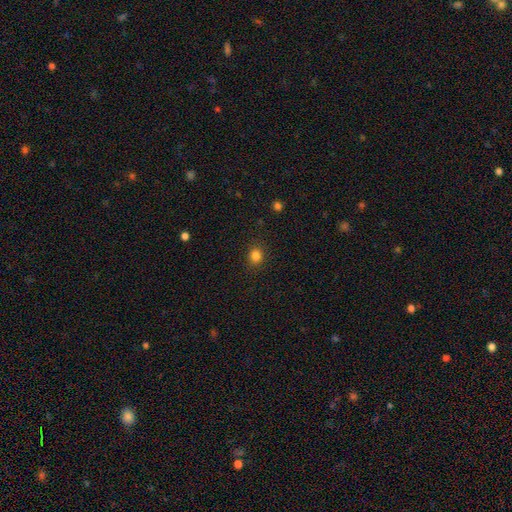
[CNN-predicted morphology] smooth_or_featured: smooth (p=0.83) [alt: star or artifact p=0.13]
how_rounded: round (p=0.81) [alt: in between p=0.18]
merging: none (p=0.89) [alt: minor disturbance p=0.07]